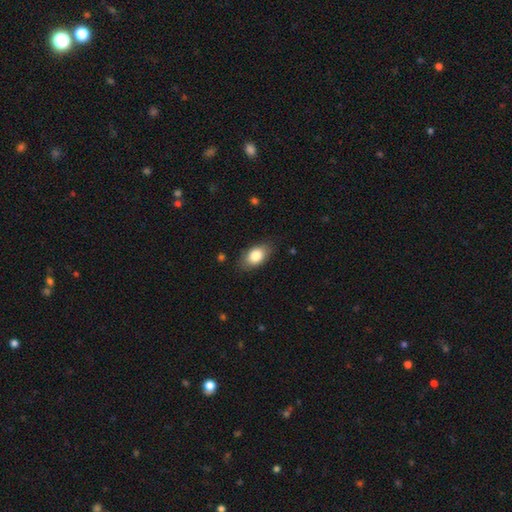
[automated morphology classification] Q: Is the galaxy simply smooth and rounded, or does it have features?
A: smooth — 83%.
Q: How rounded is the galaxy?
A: in between — 89%.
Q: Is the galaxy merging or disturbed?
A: none — 81%.